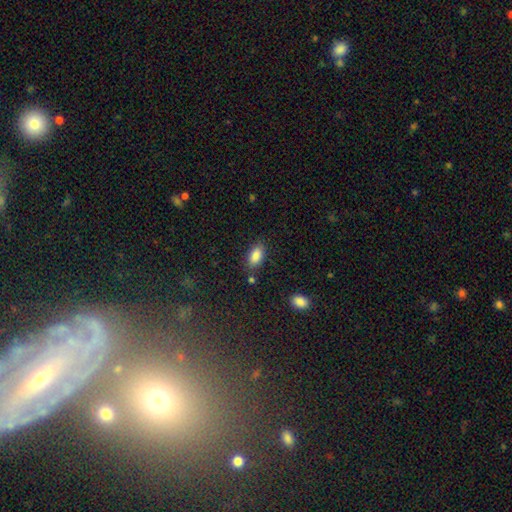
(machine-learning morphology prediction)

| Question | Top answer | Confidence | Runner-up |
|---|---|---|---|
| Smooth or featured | smooth | 86% | star or artifact (8%) |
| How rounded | in between | 91% | cigar-shaped (5%) |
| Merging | none | 80% | minor disturbance (13%) |